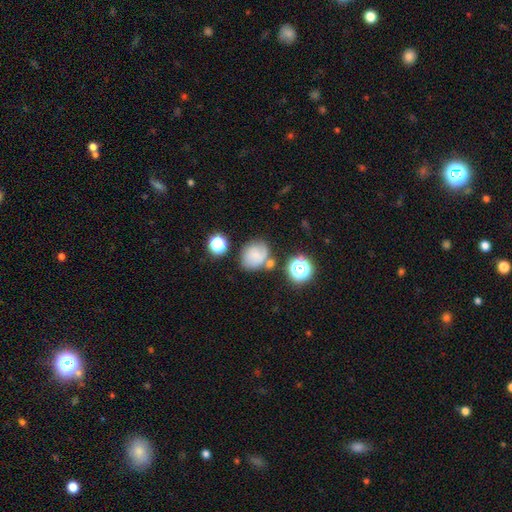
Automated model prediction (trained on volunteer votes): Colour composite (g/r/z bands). It shows a smooth galaxy with no disk features (61%) that is round (69%). Merging: none (58%).